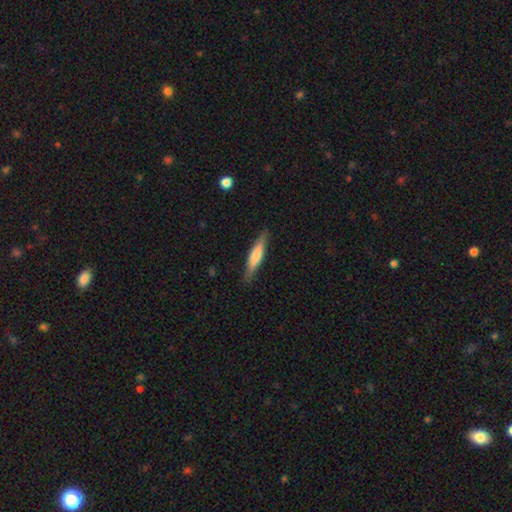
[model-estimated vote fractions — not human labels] smooth_or_featured: smooth (p=0.61) [alt: featured or disk p=0.34]
how_rounded: cigar-shaped (p=0.83) [alt: in between p=0.15]
merging: none (p=0.86) [alt: minor disturbance p=0.10]